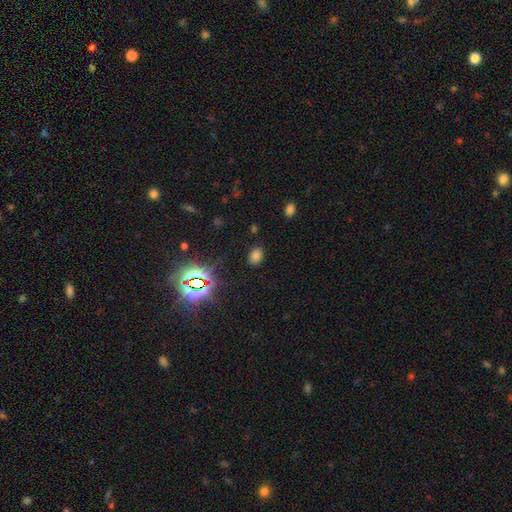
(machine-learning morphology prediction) Q: Smooth or featured?
A: smooth (70%); runner-up: star or artifact (23%)
Q: How rounded?
A: in between (73%); runner-up: round (26%)
Q: Merging?
A: none (85%); runner-up: minor disturbance (10%)